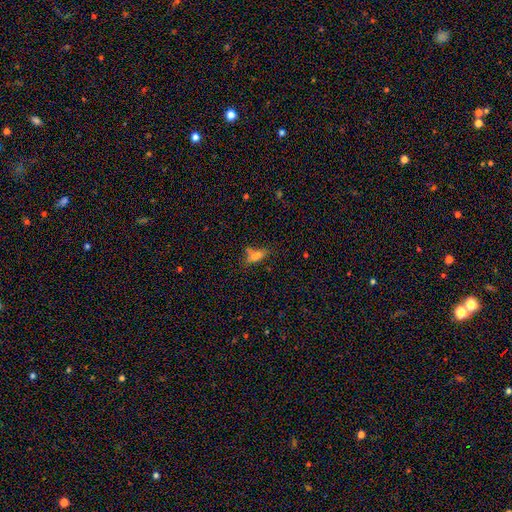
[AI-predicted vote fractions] A smooth galaxy with no disk features (71%) that is in between round and cigar-shaped (74%).

Vote fractions:
- Smooth or featured? smooth: 71% / star or artifact: 15% / featured or disk: 14%
- How rounded? in between: 74% / cigar-shaped: 20% / round: 6%
- Merging? none: 49% / minor disturbance: 23% / merger: 16% / major disturbance: 12%